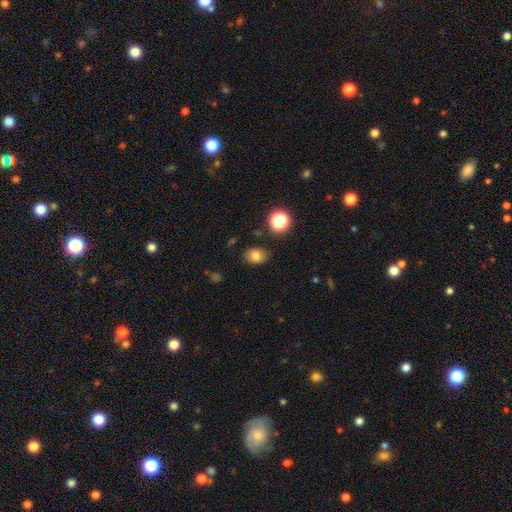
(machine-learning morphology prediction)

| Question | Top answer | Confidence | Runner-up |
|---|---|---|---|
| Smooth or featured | smooth | 79% | star or artifact (13%) |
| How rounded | in between | 69% | round (30%) |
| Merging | none | 83% | minor disturbance (12%) |